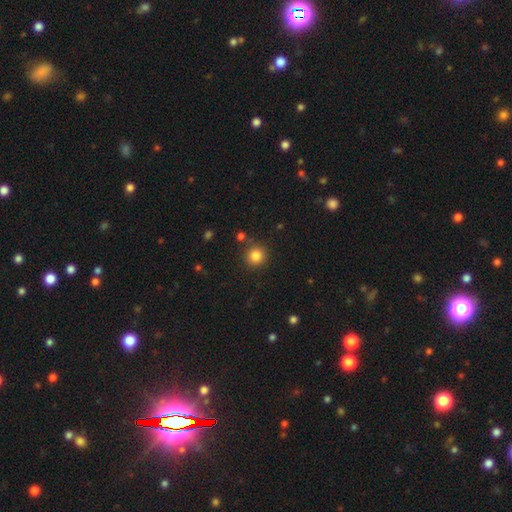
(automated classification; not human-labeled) smooth 84%, star or artifact 12%, featured or disk 5%. Down the decision tree: how rounded — round (93%); merging — none (85%).